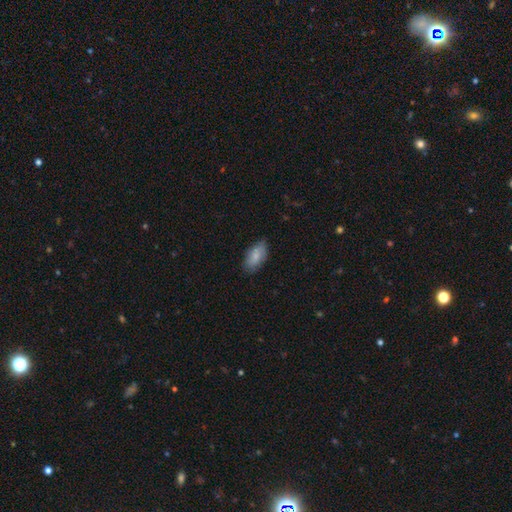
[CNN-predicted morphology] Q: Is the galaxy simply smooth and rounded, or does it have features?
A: smooth — 81%.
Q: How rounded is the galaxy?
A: in between — 93%.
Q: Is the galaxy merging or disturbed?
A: none — 78%.